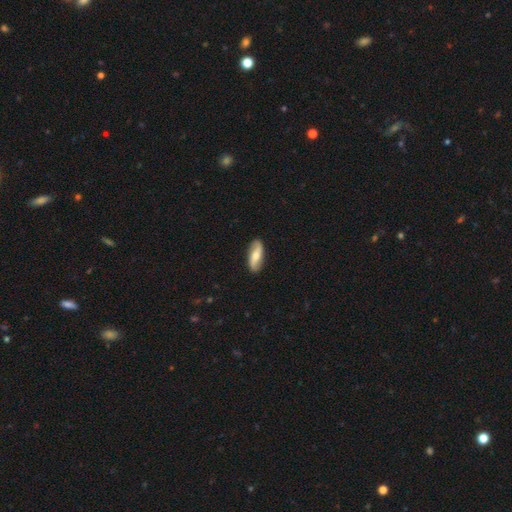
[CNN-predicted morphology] Smooth or featured? featured or disk (52%)
Edge-on disk? no (84%)
Merging? none (88%)